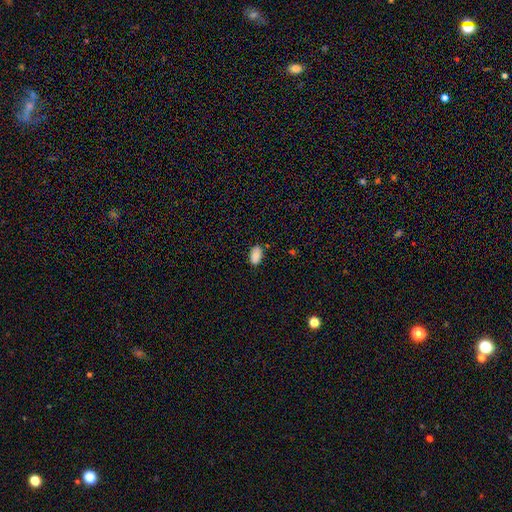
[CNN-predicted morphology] Smooth or featured? smooth (81%)
How rounded? in between (91%)
Merging? none (80%)